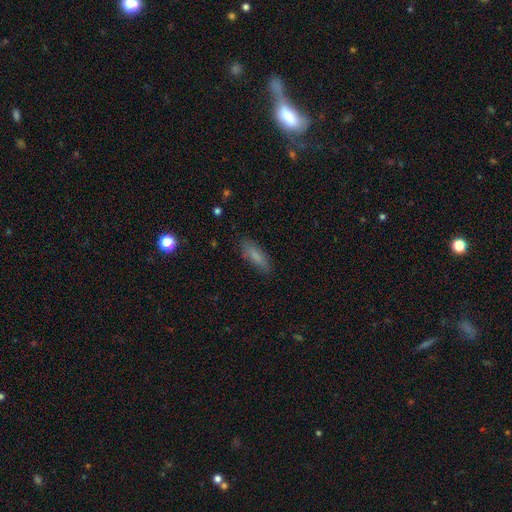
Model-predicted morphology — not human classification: Overall: smooth (80%). How rounded: in between (54%; cigar-shaped 44%). Merging: none (82%).